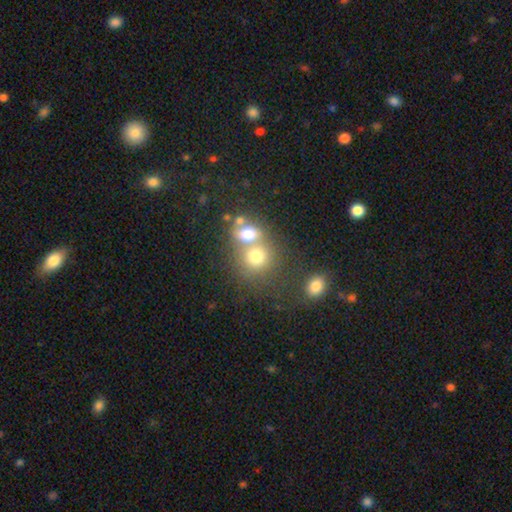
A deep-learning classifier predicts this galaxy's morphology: smooth-or-featured: smooth: 63% | star or artifact: 20% | featured or disk: 17%
  how-rounded: round: 75% | in between: 24% | cigar-shaped: 1%
  merging: merger: 55% | none: 35% | minor disturbance: 7% | major disturbance: 4%